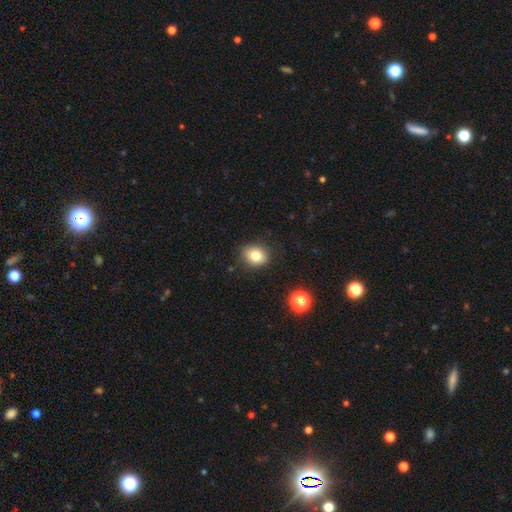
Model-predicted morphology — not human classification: A smooth galaxy with no disk features (81%) that is round (55%).

Vote fractions:
- Smooth or featured? smooth: 81% / star or artifact: 11% / featured or disk: 8%
- How rounded? round: 55% / in between: 44% / cigar-shaped: 1%
- Merging? none: 84% / minor disturbance: 12% / major disturbance: 3% / merger: 2%